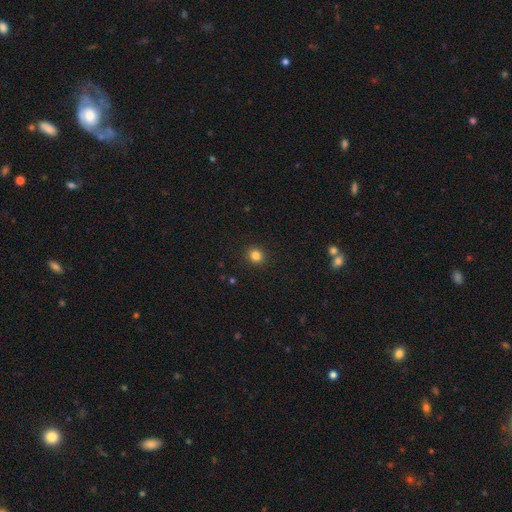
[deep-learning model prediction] Smooth or featured? smooth (83%)
How rounded? round (87%)
Merging? none (92%)